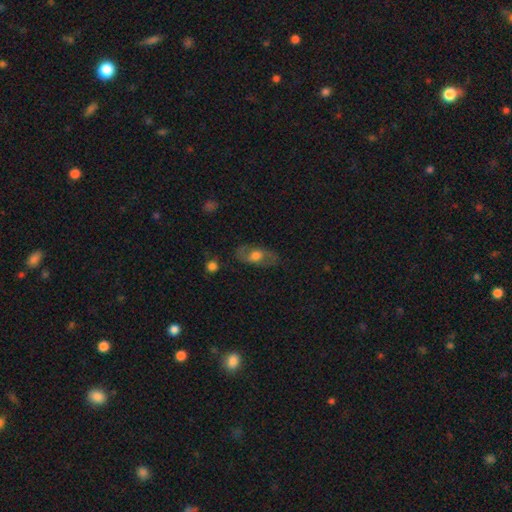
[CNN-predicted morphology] Overall: featured or disk (47%; smooth 44%). Merging: none (71%).